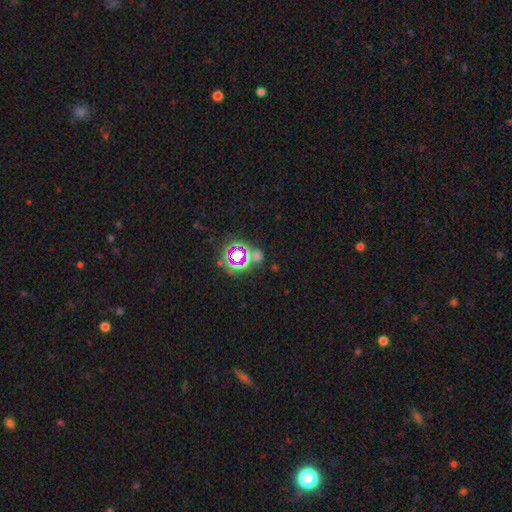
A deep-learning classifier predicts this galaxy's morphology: The model was most divided on "smooth or featured": star or artifact: 60%, smooth: 30%, featured or disk: 10%.